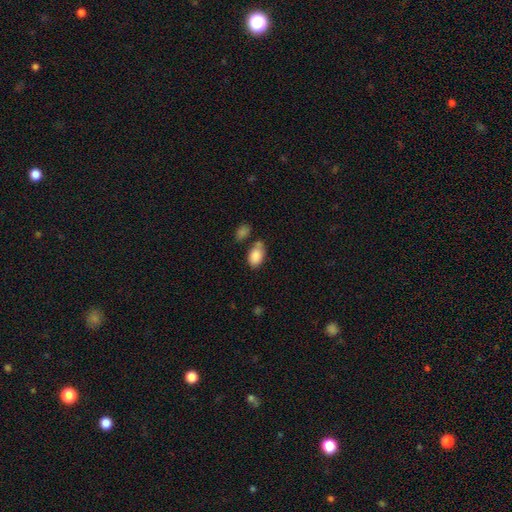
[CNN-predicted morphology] Smooth or featured? Predicted: smooth (p=0.86). How rounded? Predicted: in between (p=0.91). Merging? Predicted: none (p=0.51).